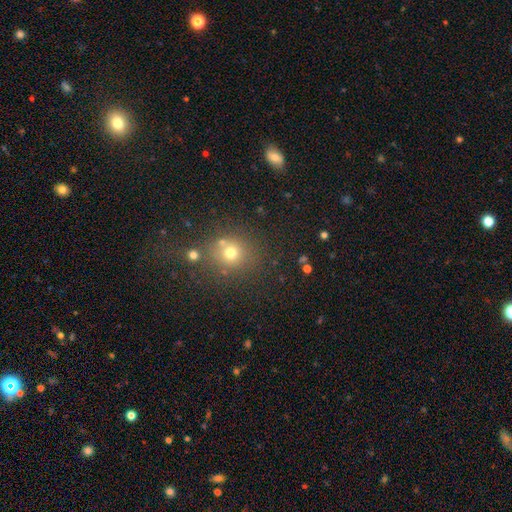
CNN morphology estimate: Q: Smooth or featured?
A: smooth (58%); runner-up: star or artifact (33%)
Q: How rounded?
A: round (83%); runner-up: in between (15%)
Q: Merging?
A: none (73%); runner-up: merger (11%)